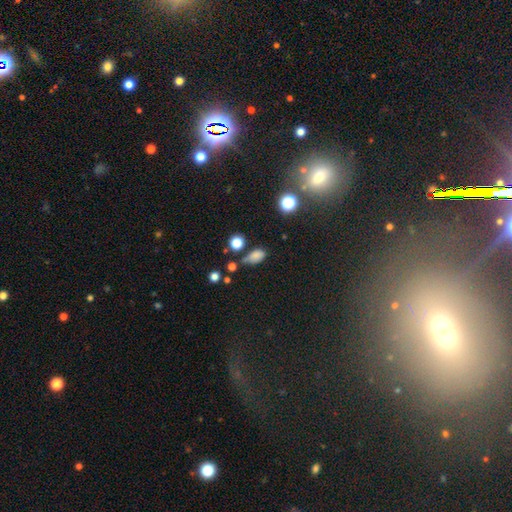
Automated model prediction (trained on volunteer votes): Morphology: type=smooth (76%); roundness=in between (84%); merging=none (49%).